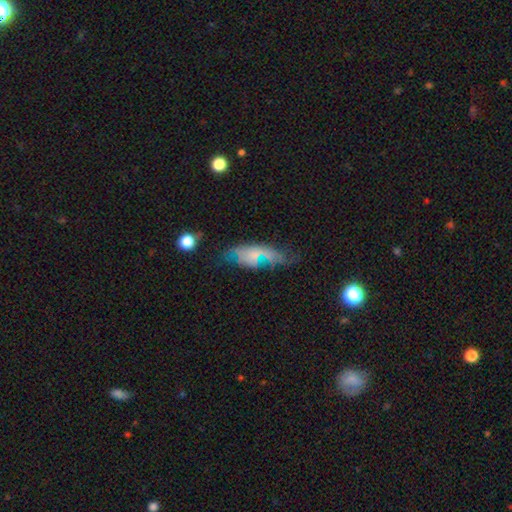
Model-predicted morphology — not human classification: Q: Smooth or featured?
A: smooth (44%); runner-up: featured or disk (43%)
Q: Merging?
A: none (44%); runner-up: minor disturbance (26%)